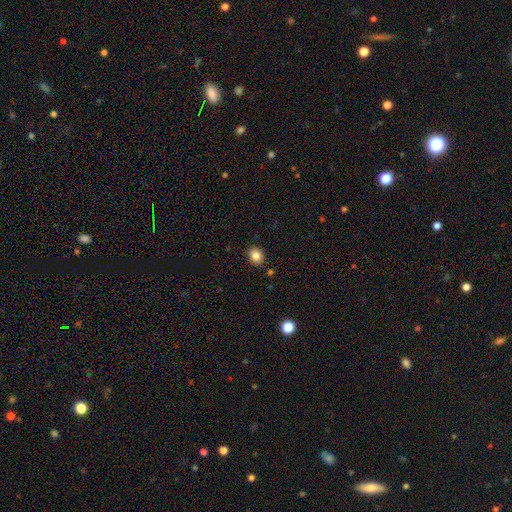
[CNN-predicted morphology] smooth-or-featured: smooth: 84% | star or artifact: 11% | featured or disk: 5%
  how-rounded: round: 63% | in between: 36% | cigar-shaped: 1%
  merging: none: 89% | minor disturbance: 7% | merger: 2% | major disturbance: 2%